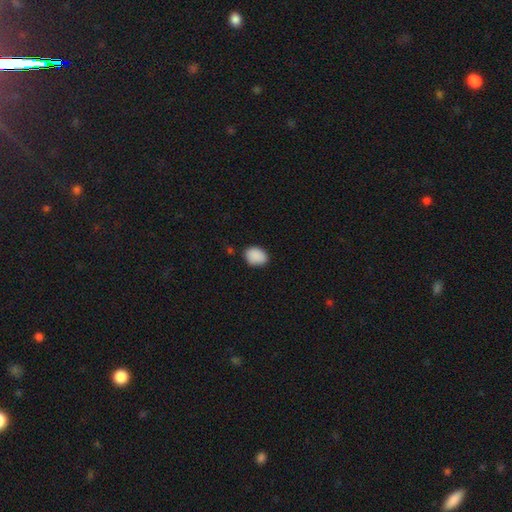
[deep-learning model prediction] This is clearly a smooth galaxy (90%). How rounded: likely in between (71%). Merging: clearly none (82%).